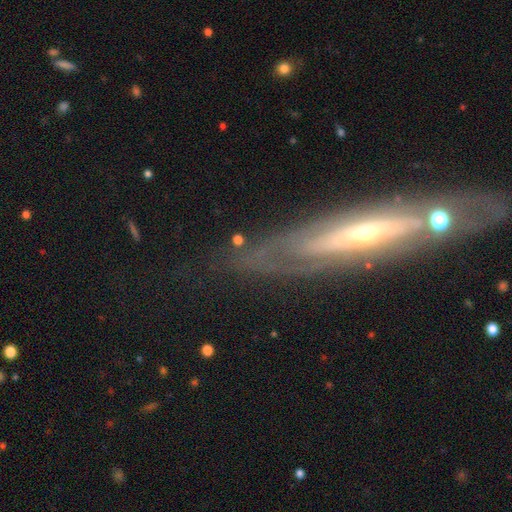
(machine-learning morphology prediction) featured or disk 74%, smooth 17%, star or artifact 9%. Down the decision tree: edge-on disk — no (54%); merging — none (70%).